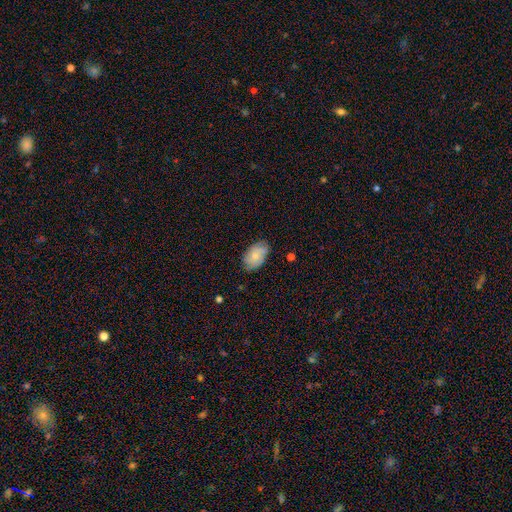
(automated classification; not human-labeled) Overall: smooth (62%; featured or disk 30%). How rounded: in between (90%). Merging: none (77%).